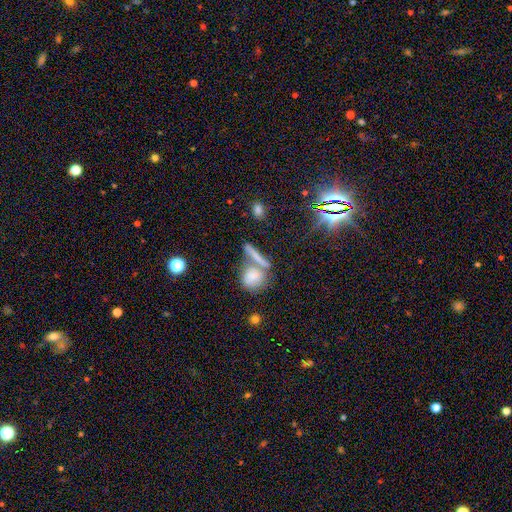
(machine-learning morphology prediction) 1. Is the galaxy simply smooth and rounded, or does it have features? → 65% smooth, 21% featured or disk, 14% star or artifact.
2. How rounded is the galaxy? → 36% cigar-shaped, 33% round, 31% in between.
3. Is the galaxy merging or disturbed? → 44% none, 40% merger, 10% minor disturbance, 6% major disturbance.